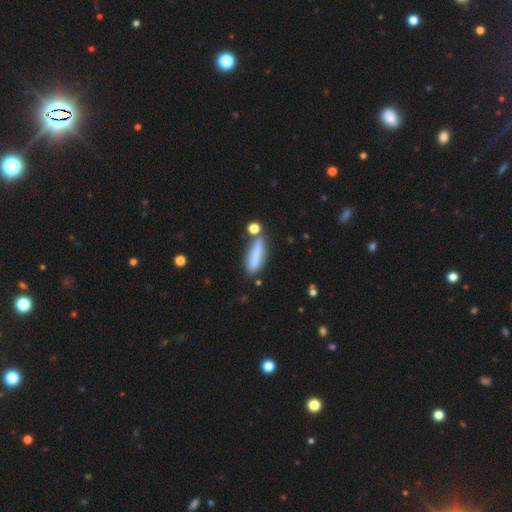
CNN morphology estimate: smooth-or-featured: smooth: 75% | featured or disk: 17% | star or artifact: 8%
  how-rounded: cigar-shaped: 67% | in between: 31% | round: 2%
  merging: none: 62% | minor disturbance: 19% | merger: 13% | major disturbance: 6%